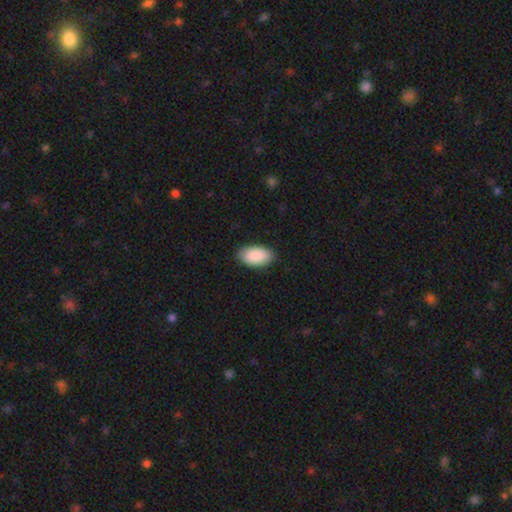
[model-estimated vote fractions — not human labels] smooth-or-featured: smooth: 90% | star or artifact: 5% | featured or disk: 4%
  how-rounded: in between: 96% | round: 3% | cigar-shaped: 2%
  merging: none: 86% | minor disturbance: 11% | major disturbance: 2% | merger: 1%